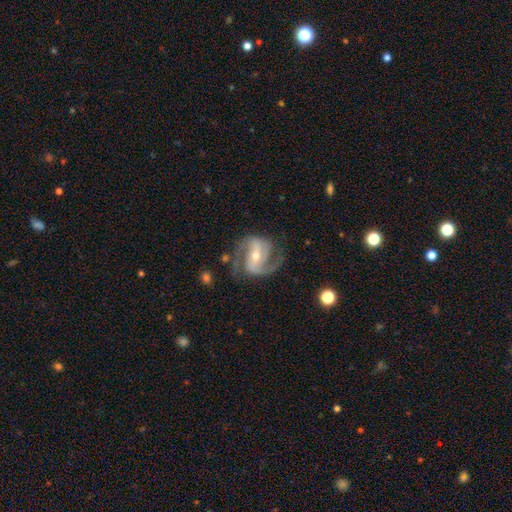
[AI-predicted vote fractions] This is clearly a featured or disk galaxy (90%). It is clearly not viewed edge-on (97%). Bar: marginally strong (42%). Spiral arm pattern: clearly yes (97%). Spiral arm count: clearly 2 (83%). Spiral winding: possibly medium (57%). Central bulge: possibly moderate (51%). Merging: likely none (72%).